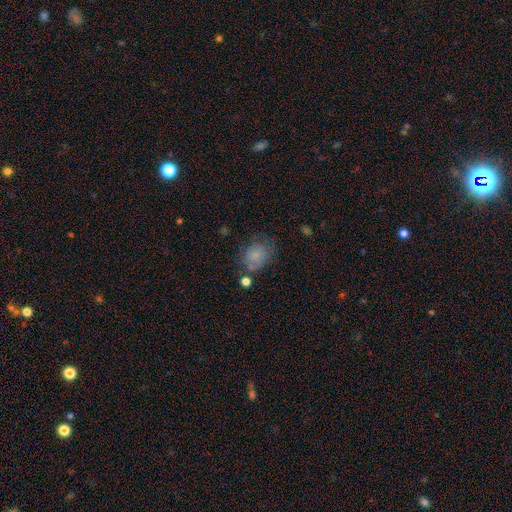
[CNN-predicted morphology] smooth 76%, featured or disk 13%, star or artifact 10%. Down the decision tree: how rounded — in between (56%); merging — none (56%).